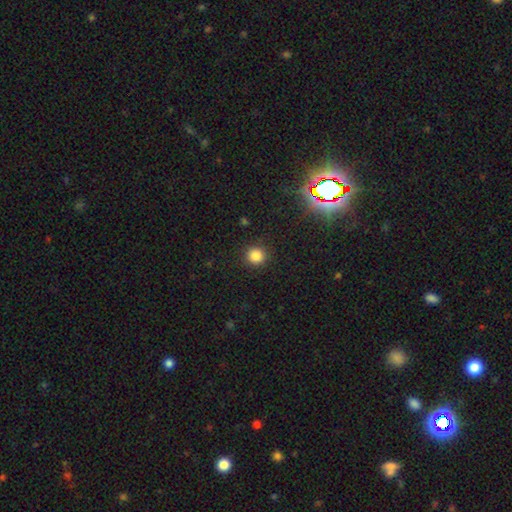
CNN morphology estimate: The model was most divided on "smooth or featured": smooth: 83%, star or artifact: 13%, featured or disk: 4%. More confident: how rounded — round (94%); merging — none (91%).